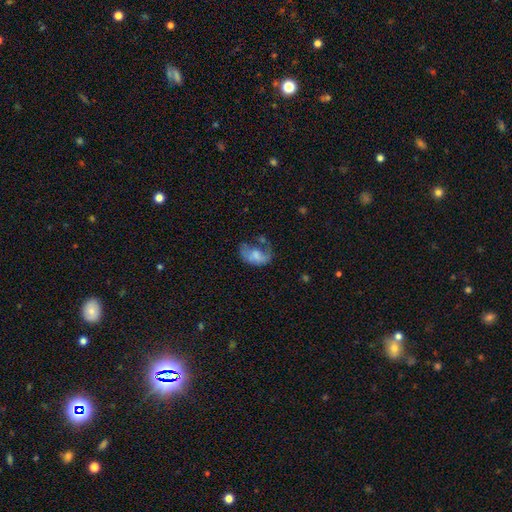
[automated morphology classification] A smooth galaxy with no disk features (50%) that is in between round and cigar-shaped (84%). Merging: major disturbance (43%).